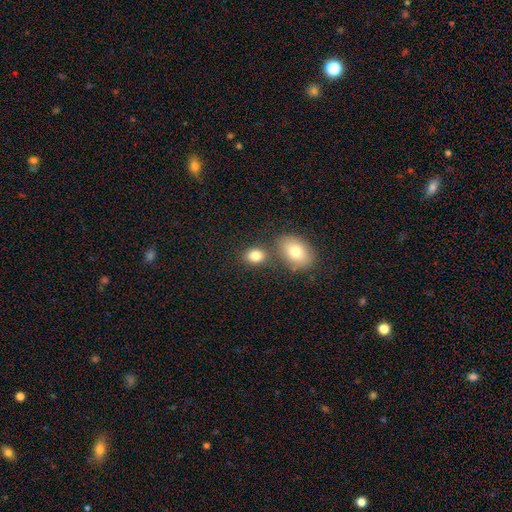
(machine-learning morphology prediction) A smooth galaxy with no disk features (81%) that is in between round and cigar-shaped (61%).

Vote fractions:
- Smooth or featured? smooth: 81% / star or artifact: 11% / featured or disk: 9%
- How rounded? in between: 61% / round: 38% / cigar-shaped: 1%
- Merging? none: 64% / merger: 21% / minor disturbance: 11% / major disturbance: 4%